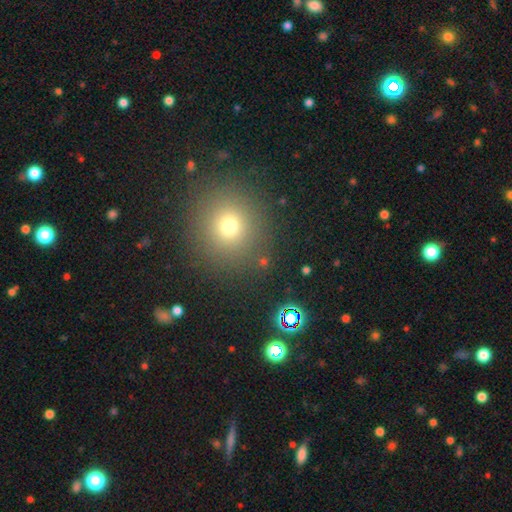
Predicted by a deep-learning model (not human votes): smooth-or-featured: smooth: 64% | star or artifact: 28% | featured or disk: 8%
  how-rounded: round: 90% | in between: 9% | cigar-shaped: 1%
  merging: none: 89% | minor disturbance: 6% | major disturbance: 3% | merger: 2%